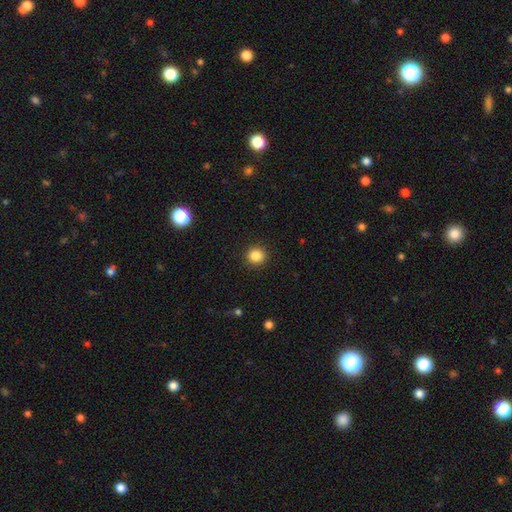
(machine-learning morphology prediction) A smooth galaxy with no disk features (86%) that is round (90%). Merging: none (91%).